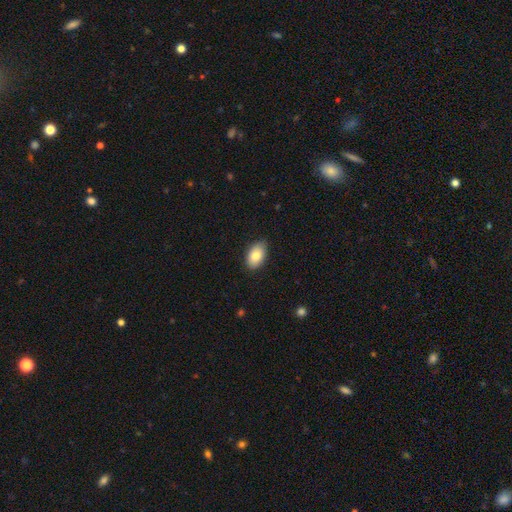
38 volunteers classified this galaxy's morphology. This is clearly a smooth galaxy (84%). How rounded: clearly in between (94%). Merging: likely none (76%).